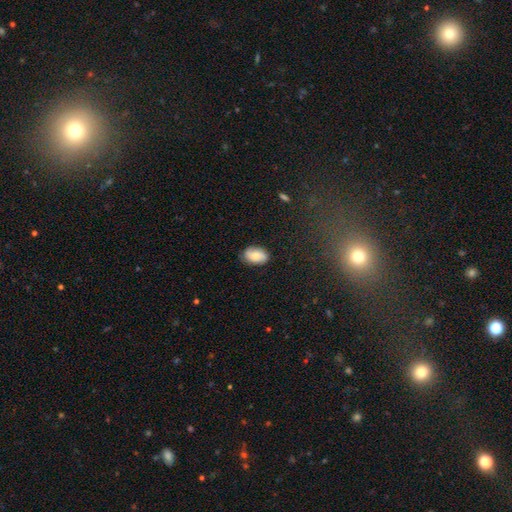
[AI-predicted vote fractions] Overall: smooth (63%; featured or disk 29%). How rounded: in between (88%). Merging: none (79%).